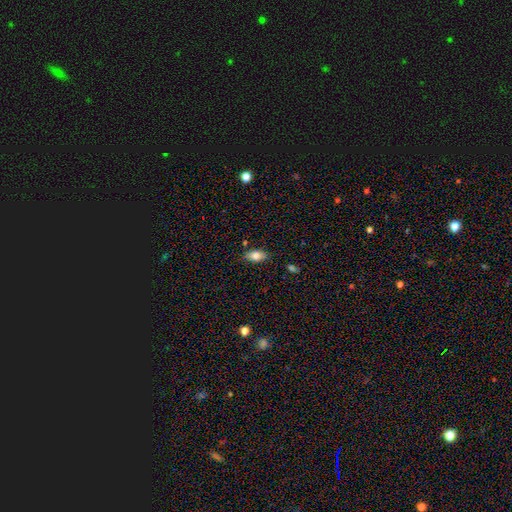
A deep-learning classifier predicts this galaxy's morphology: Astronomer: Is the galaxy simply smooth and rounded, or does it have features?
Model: smooth — 80%.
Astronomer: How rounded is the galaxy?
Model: in between — 89%.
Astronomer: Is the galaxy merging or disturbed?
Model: none — 83%.